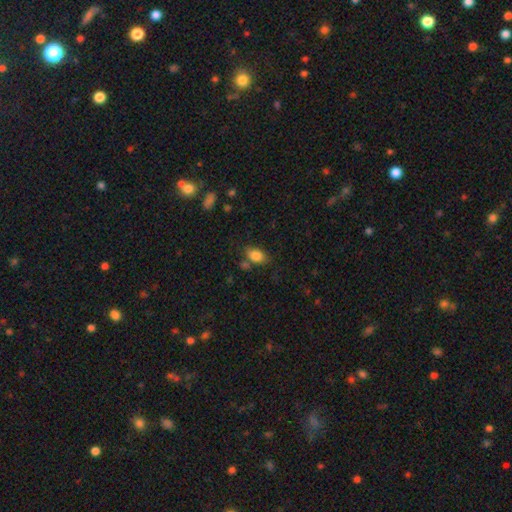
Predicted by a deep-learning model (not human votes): Morphology: type=smooth (84%); roundness=in between (88%); merging=none (69%).